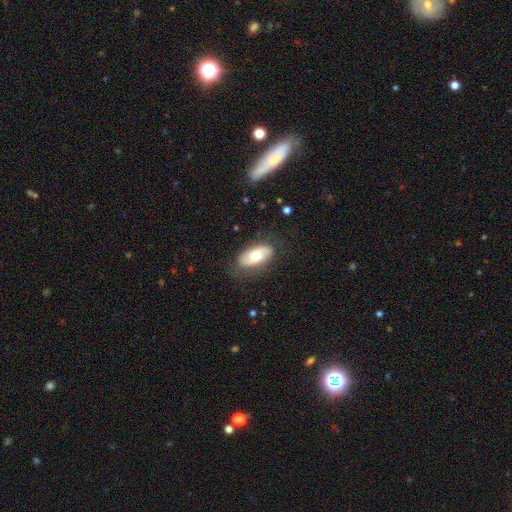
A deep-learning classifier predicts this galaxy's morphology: Overall: smooth (56%; featured or disk 38%). How rounded: in between (92%). Merging: none (78%).